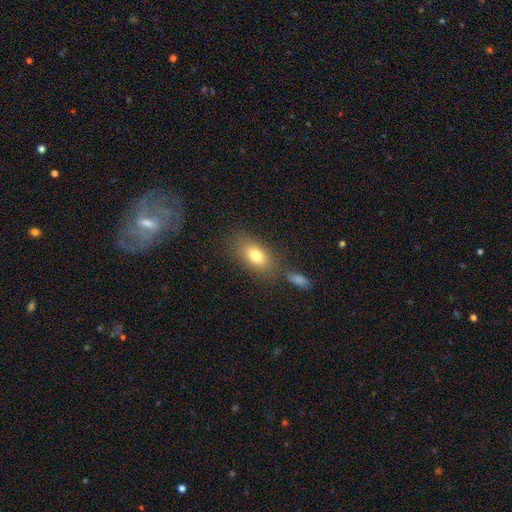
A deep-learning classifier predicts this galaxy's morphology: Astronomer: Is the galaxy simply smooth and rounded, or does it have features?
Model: smooth — 77%.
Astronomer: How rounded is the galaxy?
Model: in between — 84%.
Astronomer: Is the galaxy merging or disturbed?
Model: none — 70%.